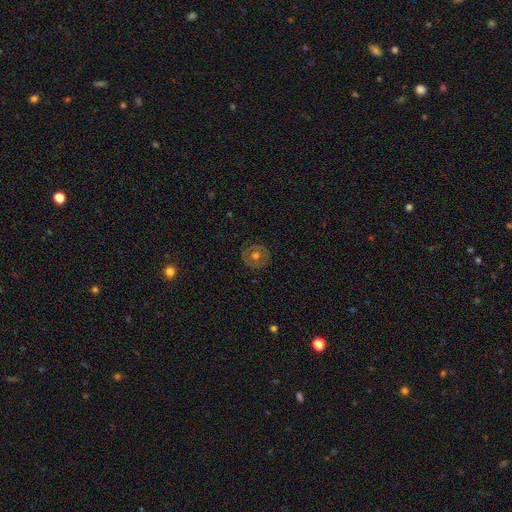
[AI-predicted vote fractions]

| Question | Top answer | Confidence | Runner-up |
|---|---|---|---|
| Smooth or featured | smooth | 48% | featured or disk (44%) |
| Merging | none | 87% | minor disturbance (9%) |